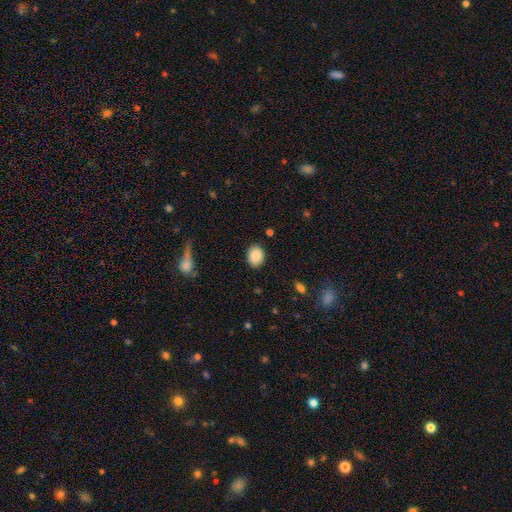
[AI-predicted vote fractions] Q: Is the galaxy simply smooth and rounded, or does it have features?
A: smooth — 89%.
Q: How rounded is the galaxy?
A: round — 52%.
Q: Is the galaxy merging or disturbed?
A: none — 86%.